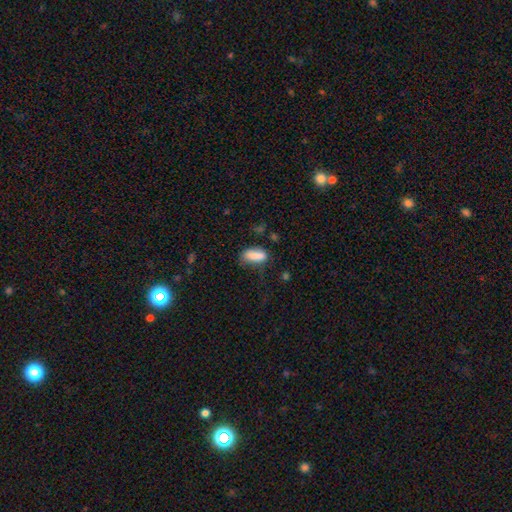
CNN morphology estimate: Q: Smooth or featured?
A: smooth (83%); runner-up: star or artifact (9%)
Q: How rounded?
A: in between (77%); runner-up: cigar-shaped (20%)
Q: Merging?
A: none (53%); runner-up: minor disturbance (29%)